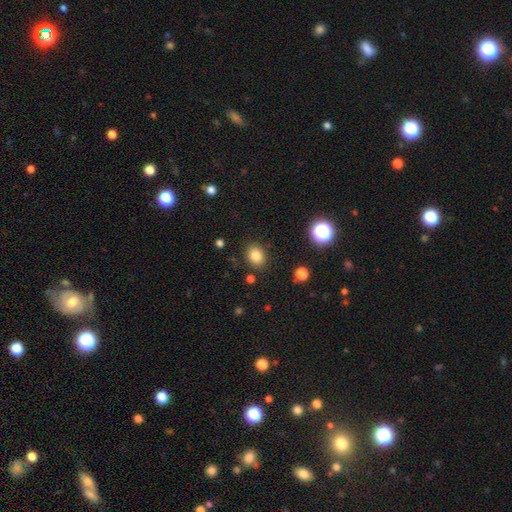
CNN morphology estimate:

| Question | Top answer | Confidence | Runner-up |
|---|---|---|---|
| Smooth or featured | smooth | 82% | star or artifact (12%) |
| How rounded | round | 52% | in between (47%) |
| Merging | none | 86% | minor disturbance (9%) |